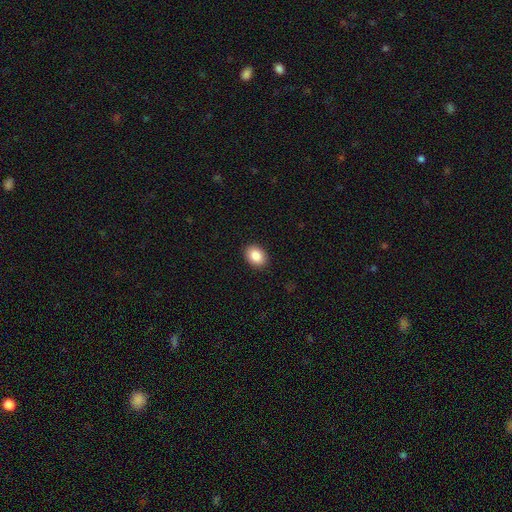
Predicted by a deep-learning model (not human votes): The model was most divided on "how rounded": in between: 70%, round: 29%, cigar-shaped: 1%. More confident: merging — none (91%); smooth or featured — smooth (88%).